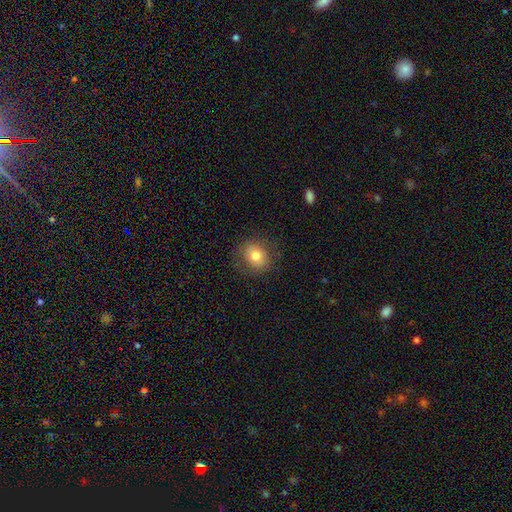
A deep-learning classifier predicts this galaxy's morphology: The model was most divided on "how rounded": round: 61%, in between: 38%, cigar-shaped: 1%. More confident: merging — none (81%); smooth or featured — smooth (78%).